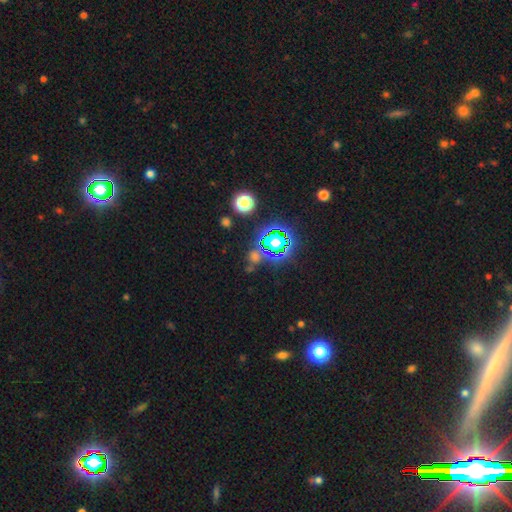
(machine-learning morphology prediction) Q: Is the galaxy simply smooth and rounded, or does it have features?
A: star or artifact — 63%.